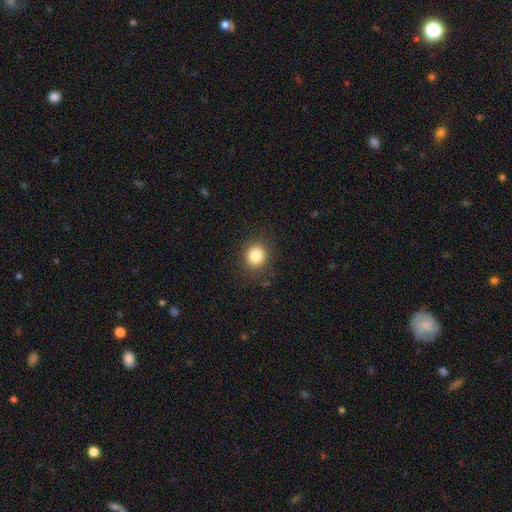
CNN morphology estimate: This is clearly a smooth galaxy (83%). How rounded: clearly round (83%). Merging: clearly none (88%).